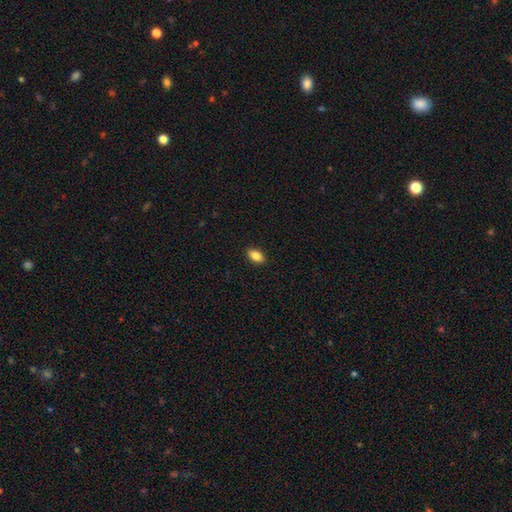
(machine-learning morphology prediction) smooth 87%, star or artifact 8%, featured or disk 6%. Down the decision tree: how rounded — in between (91%); merging — none (90%).